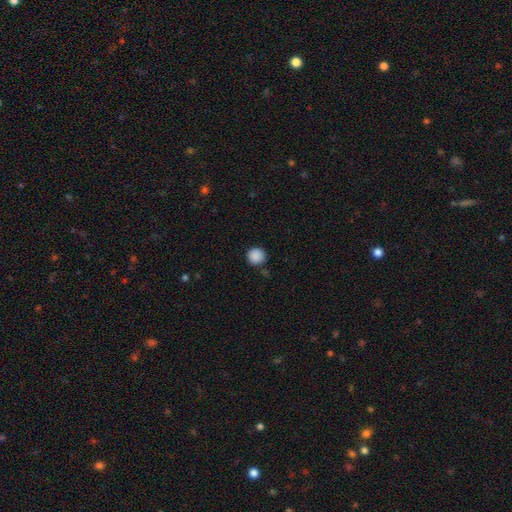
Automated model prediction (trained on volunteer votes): smooth-or-featured: smooth: 88% | star or artifact: 9% | featured or disk: 2%
  how-rounded: round: 93% | in between: 6% | cigar-shaped: 1%
  merging: none: 86% | minor disturbance: 9% | merger: 3% | major disturbance: 2%